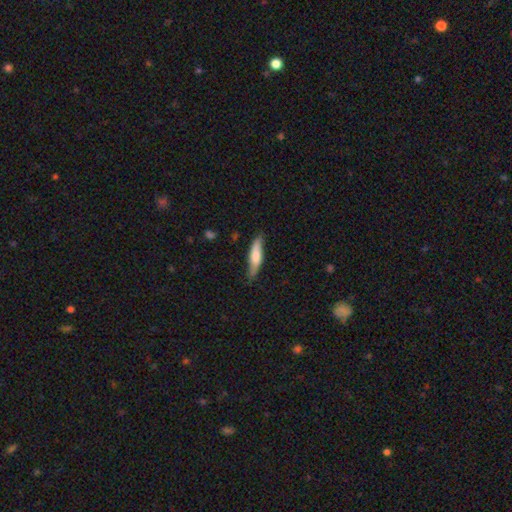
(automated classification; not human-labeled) Smooth or featured?
  - smooth: 66% *
  - featured or disk: 29%
  - star or artifact: 5%
How rounded?
  - cigar-shaped: 75% *
  - in between: 24%
  - round: 2%
Merging?
  - none: 73% *
  - minor disturbance: 22%
  - major disturbance: 4%
  - merger: 2%